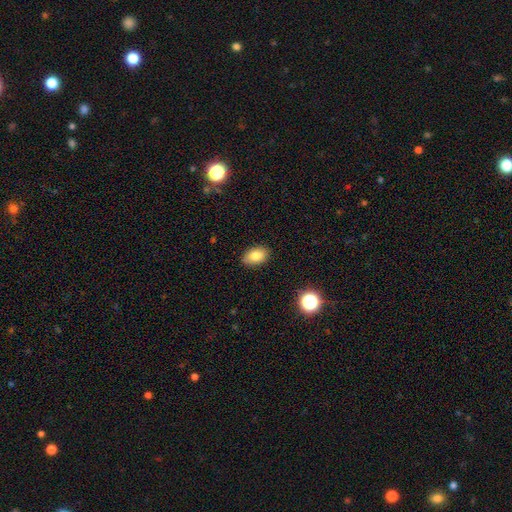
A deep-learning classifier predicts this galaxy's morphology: A smooth galaxy with no disk features (84%) that is in between round and cigar-shaped (88%).

Vote fractions:
- Smooth or featured? smooth: 84% / star or artifact: 9% / featured or disk: 7%
- How rounded? in between: 88% / round: 10% / cigar-shaped: 1%
- Merging? none: 87% / minor disturbance: 10% / major disturbance: 2% / merger: 1%